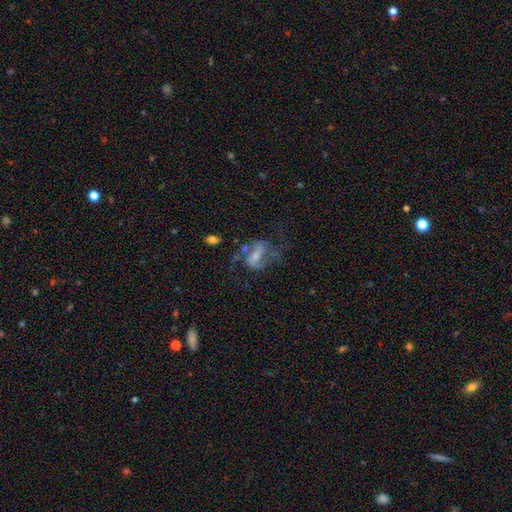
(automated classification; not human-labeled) featured or disk 79%, smooth 11%, star or artifact 10%. Down the decision tree: edge-on disk — no (96%); bar — weak (45%); spiral arms — yes (93%); spiral arm count — 2 (89%); spiral winding — medium (47%); bulge size — small (49%); merging — none (60%).